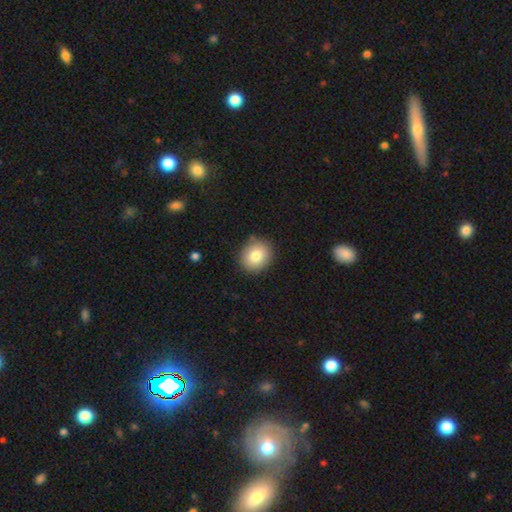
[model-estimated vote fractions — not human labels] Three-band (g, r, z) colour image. It shows a smooth galaxy with no disk features (81%) that is round (74%). Merging: none (87%).